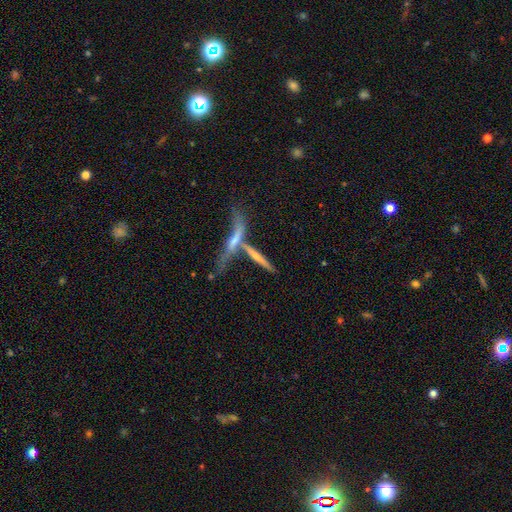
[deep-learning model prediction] smooth_or_featured: featured or disk (p=0.60) [alt: smooth p=0.30]
disk_edge_on: yes (p=0.84) [alt: no p=0.16]
edge_on_bulge: rounded (p=0.54) [alt: none p=0.37]
merging: merger (p=0.46) [alt: none p=0.37]